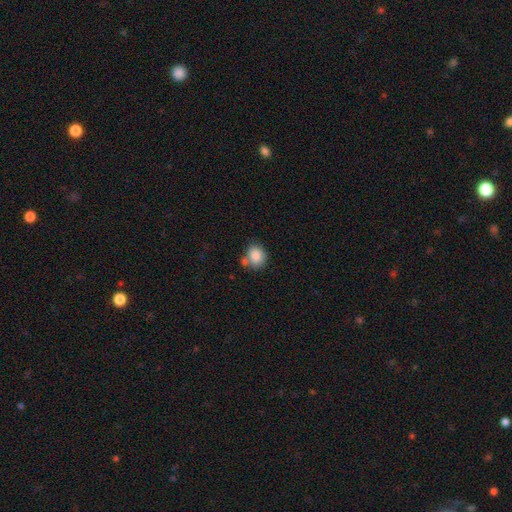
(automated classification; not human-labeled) Smooth or featured? Predicted: smooth (p=0.86). How rounded? Predicted: round (p=0.64). Merging? Predicted: none (p=0.58).